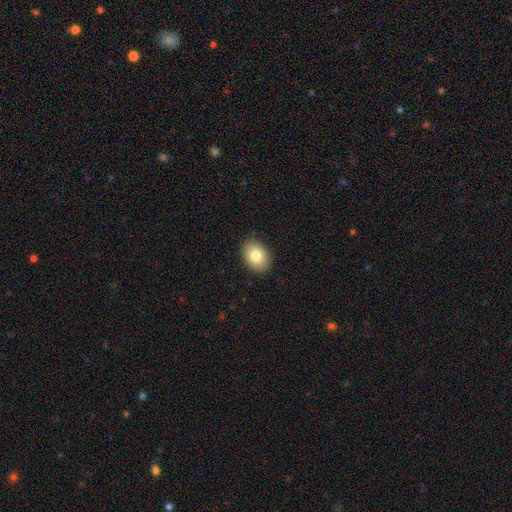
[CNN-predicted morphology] Smooth or featured: smooth — 82% (featured or disk — 10%)
How rounded: in between — 74% (round — 25%)
Merging: none — 89% (minor disturbance — 8%)